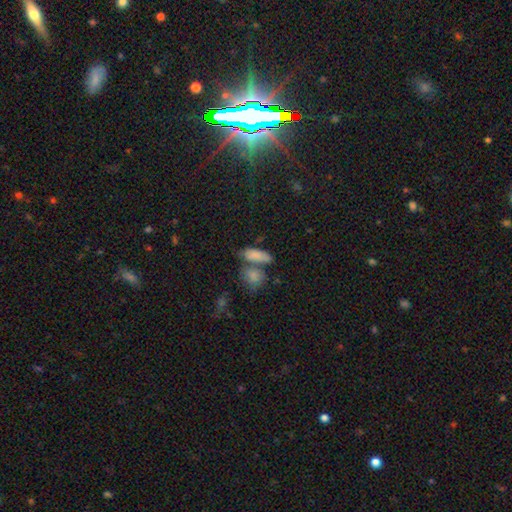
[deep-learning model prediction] smooth 82%, featured or disk 10%, star or artifact 8%. Down the decision tree: how rounded — in between (73%); merging — none (45%).